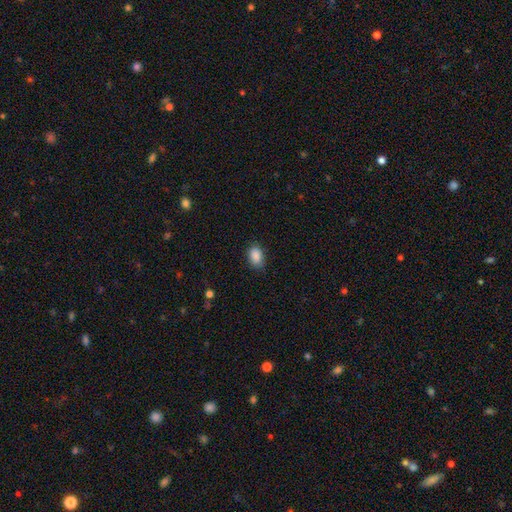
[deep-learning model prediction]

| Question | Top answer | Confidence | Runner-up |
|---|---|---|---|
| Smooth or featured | smooth | 89% | star or artifact (8%) |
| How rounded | in between | 88% | round (11%) |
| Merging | none | 82% | minor disturbance (14%) |